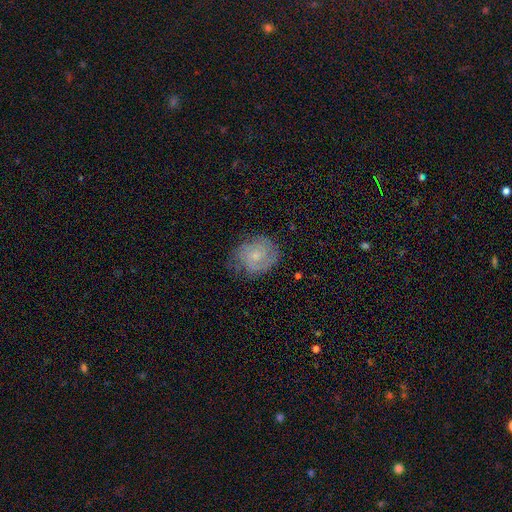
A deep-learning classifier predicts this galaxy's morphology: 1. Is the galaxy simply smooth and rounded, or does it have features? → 55% featured or disk, 37% smooth, 8% star or artifact.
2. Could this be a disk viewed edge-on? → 97% no, 3% yes.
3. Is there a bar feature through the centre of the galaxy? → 74% no, 23% weak, 3% strong.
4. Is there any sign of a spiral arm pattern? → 82% yes, 18% no.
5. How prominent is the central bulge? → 60% small, 32% moderate, 5% none, 2% large, 1% dominant.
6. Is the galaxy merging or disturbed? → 67% none, 24% minor disturbance, 8% major disturbance, 1% merger.